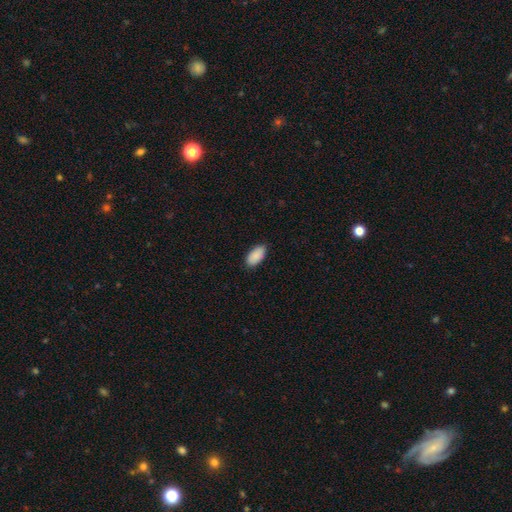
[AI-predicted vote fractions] Smooth or featured?
  - smooth: 90% *
  - star or artifact: 6%
  - featured or disk: 4%
How rounded?
  - in between: 94% *
  - cigar-shaped: 4%
  - round: 2%
Merging?
  - none: 86% *
  - minor disturbance: 11%
  - major disturbance: 2%
  - merger: 1%